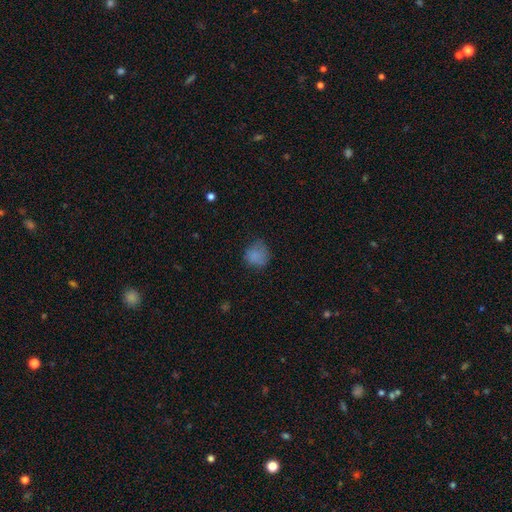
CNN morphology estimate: Q: Smooth or featured?
A: smooth (82%); runner-up: star or artifact (11%)
Q: How rounded?
A: round (84%); runner-up: in between (15%)
Q: Merging?
A: none (66%); runner-up: minor disturbance (25%)